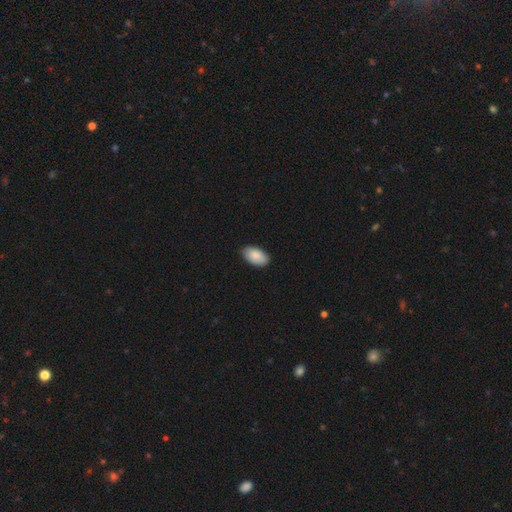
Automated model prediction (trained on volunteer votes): The model was most divided on "merging": none: 85%, minor disturbance: 12%, major disturbance: 2%, merger: 1%. More confident: how rounded — in between (95%); smooth or featured — smooth (89%).